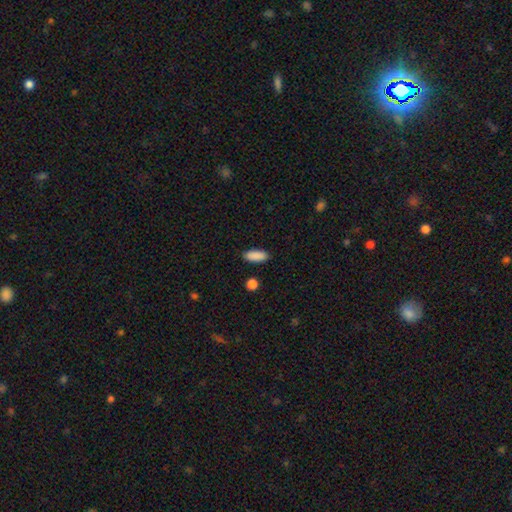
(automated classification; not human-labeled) Morphology: type=smooth (89%); roundness=in between (74%); merging=none (88%).